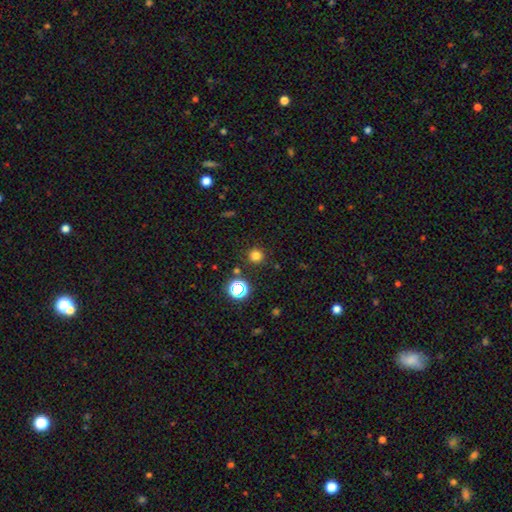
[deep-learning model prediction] A smooth galaxy with no disk features (76%) that is round (94%). Merging: none (89%).